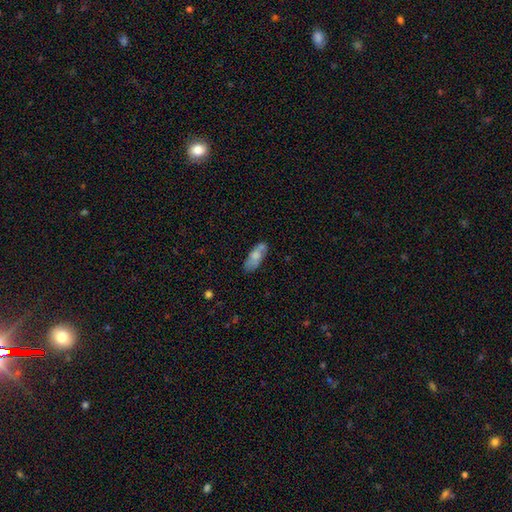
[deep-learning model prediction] This is likely a smooth galaxy (71%). How rounded: likely in between (72%). Merging: likely none (64%).